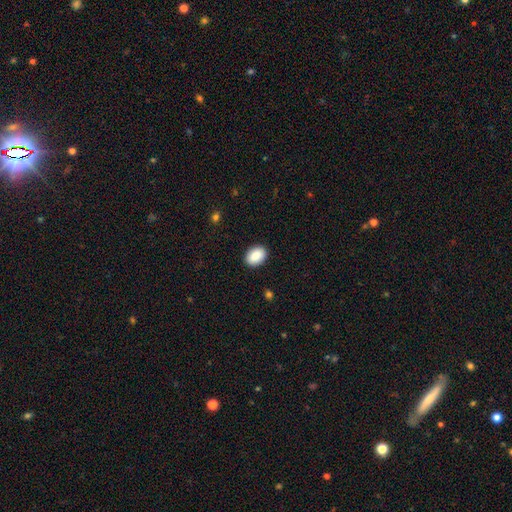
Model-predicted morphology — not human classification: Smooth or featured? smooth (89%)
How rounded? in between (80%)
Merging? none (90%)